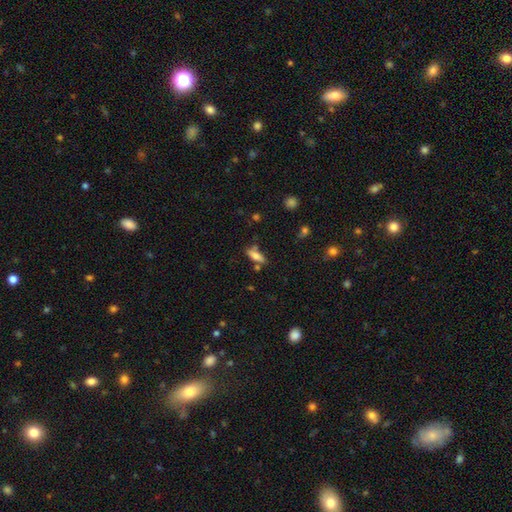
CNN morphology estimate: A smooth galaxy with no disk features (74%) that is in between round and cigar-shaped (61%).

Vote fractions:
- Smooth or featured? smooth: 74% / featured or disk: 17% / star or artifact: 9%
- How rounded? in between: 61% / cigar-shaped: 36% / round: 3%
- Merging? none: 62% / minor disturbance: 20% / merger: 12% / major disturbance: 6%